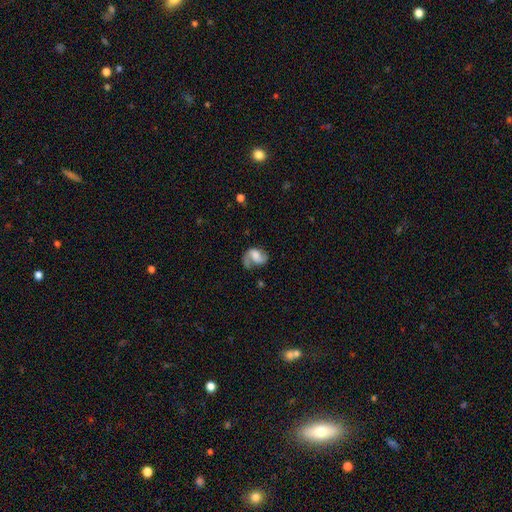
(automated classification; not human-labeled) Smooth or featured? featured or disk (64%)
Edge-on disk? no (97%)
Bar? weak (41%, tied with no)
Spiral arms? yes (88%)
Spiral winding? loose (46%)
Spiral arm count? 2 (71%)
Bulge size? moderate (26%, tied with none)
Merging? none (48%)